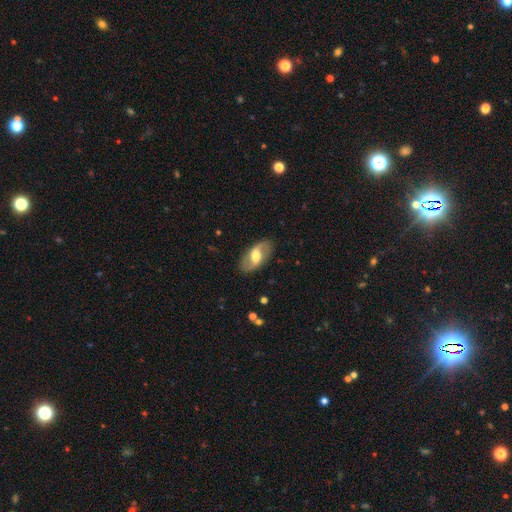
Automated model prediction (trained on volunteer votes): Smooth or featured? Predicted: featured or disk (p=0.68). Edge-on disk? Predicted: no (p=0.92). Bar? Predicted: weak (p=0.45). Spiral arms? Predicted: yes (p=0.78). Bulge size? Predicted: moderate (p=0.56). Merging? Predicted: none (p=0.85).